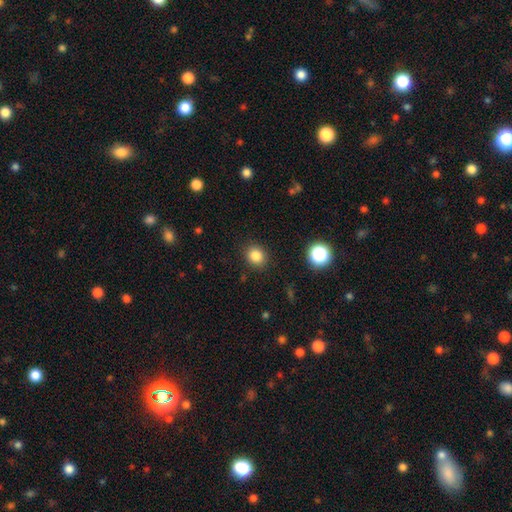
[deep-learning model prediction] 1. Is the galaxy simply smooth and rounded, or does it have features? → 84% smooth, 11% star or artifact, 5% featured or disk.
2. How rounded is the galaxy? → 68% round, 31% in between, 1% cigar-shaped.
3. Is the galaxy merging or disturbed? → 89% none, 7% minor disturbance, 3% major disturbance, 1% merger.